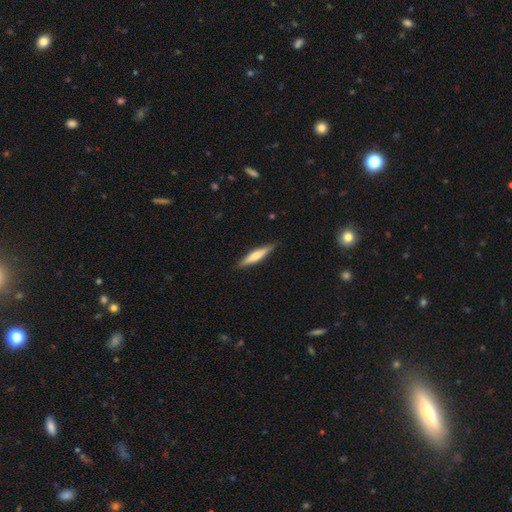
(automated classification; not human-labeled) Morphology: type=smooth (52%); roundness=cigar-shaped (87%); merging=none (88%).